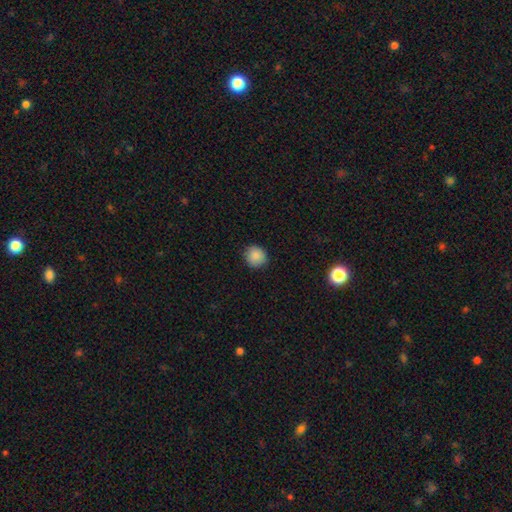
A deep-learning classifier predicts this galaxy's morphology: This appears to be a smooth galaxy with no disk features (87%) that is round (89%). Merging: none (88%).